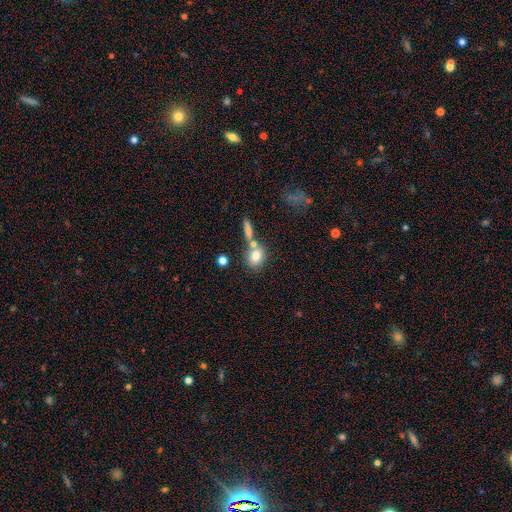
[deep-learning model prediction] Morphology: type=smooth (78%); roundness=round (58%); merging=none (55%).